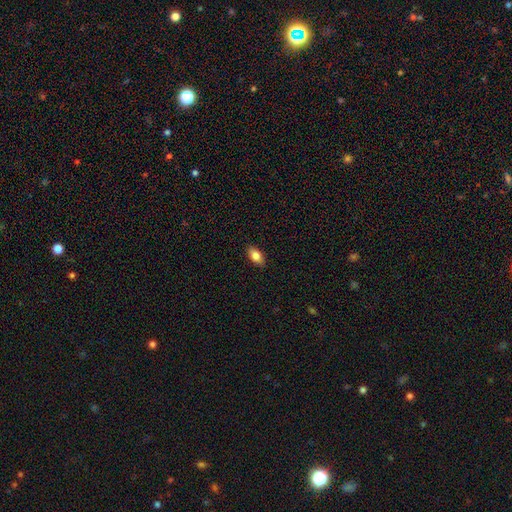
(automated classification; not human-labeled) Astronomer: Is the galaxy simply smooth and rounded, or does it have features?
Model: smooth — 83%.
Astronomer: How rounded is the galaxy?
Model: in between — 90%.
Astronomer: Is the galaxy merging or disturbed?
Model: none — 88%.